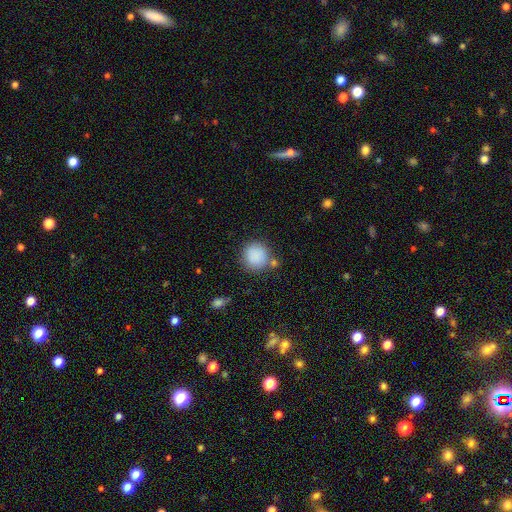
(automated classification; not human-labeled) Smooth or featured? smooth (88%)
How rounded? round (90%)
Merging? none (74%)